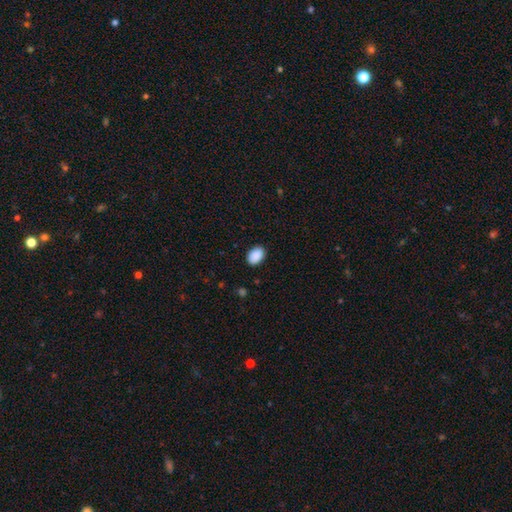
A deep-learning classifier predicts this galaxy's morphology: This appears to be a smooth galaxy with no disk features (91%) that is in between round and cigar-shaped (85%). Merging: none (88%).